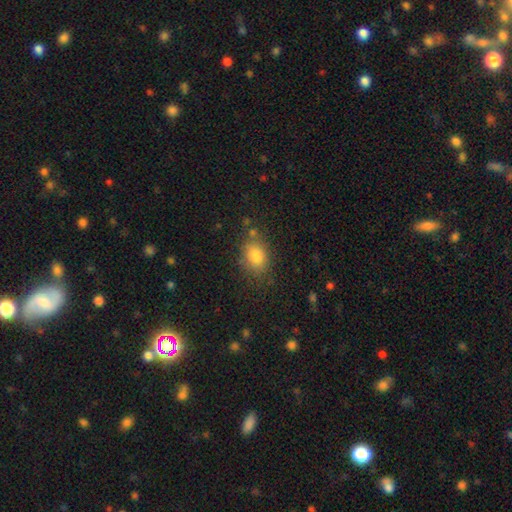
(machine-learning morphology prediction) The model was most divided on "how rounded": in between: 68%, round: 31%, cigar-shaped: 1%. More confident: smooth or featured — smooth (83%); merging — none (73%).